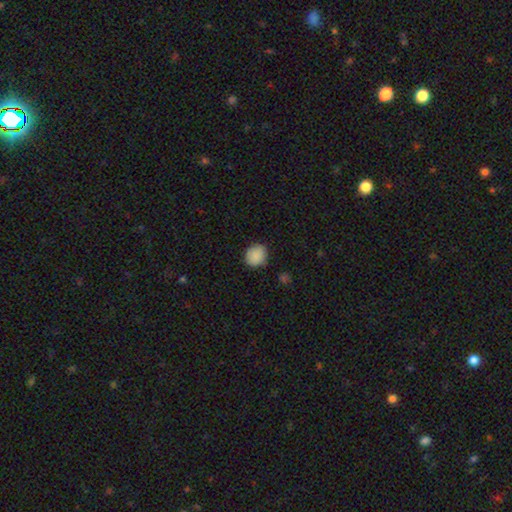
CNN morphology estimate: Smooth or featured: smooth — 88% (star or artifact — 8%)
How rounded: round — 76% (in between — 24%)
Merging: none — 83% (minor disturbance — 13%)